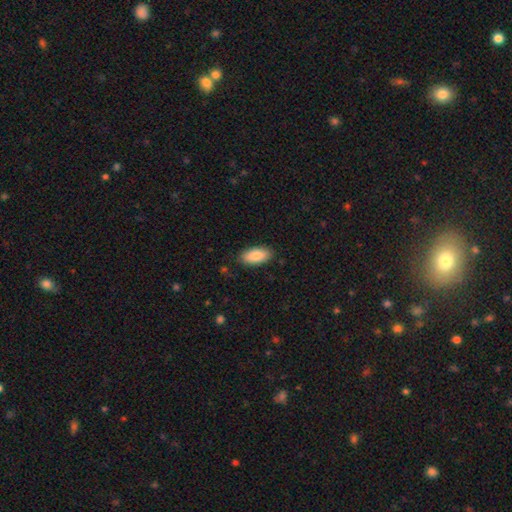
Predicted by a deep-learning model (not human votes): Smooth or featured: smooth — 87% (featured or disk — 7%)
How rounded: in between — 93% (cigar-shaped — 5%)
Merging: none — 86% (minor disturbance — 11%)